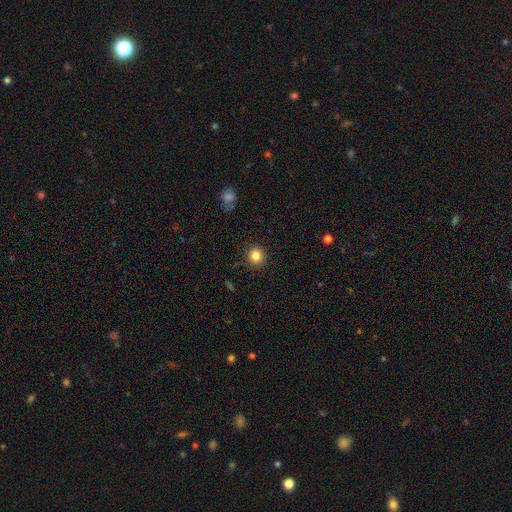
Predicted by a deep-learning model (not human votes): This is clearly a smooth galaxy (85%). How rounded: clearly round (89%). Merging: clearly none (90%).